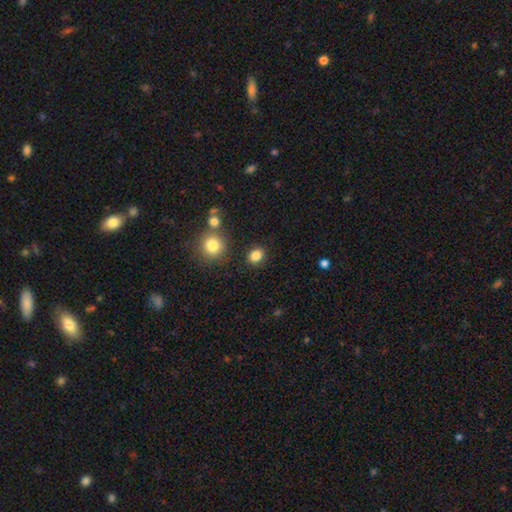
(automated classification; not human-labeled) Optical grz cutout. It shows a smooth galaxy with no disk features (84%) that is round (64%). Merging: none (86%).